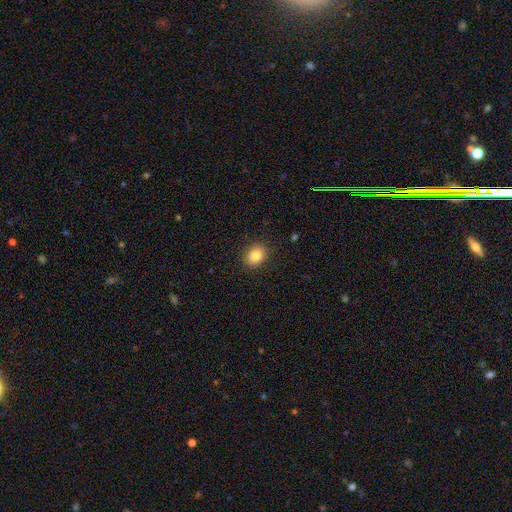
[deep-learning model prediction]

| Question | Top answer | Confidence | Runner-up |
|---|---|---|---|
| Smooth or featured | smooth | 83% | star or artifact (10%) |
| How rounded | in between | 50% | round (49%) |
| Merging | none | 89% | minor disturbance (8%) |